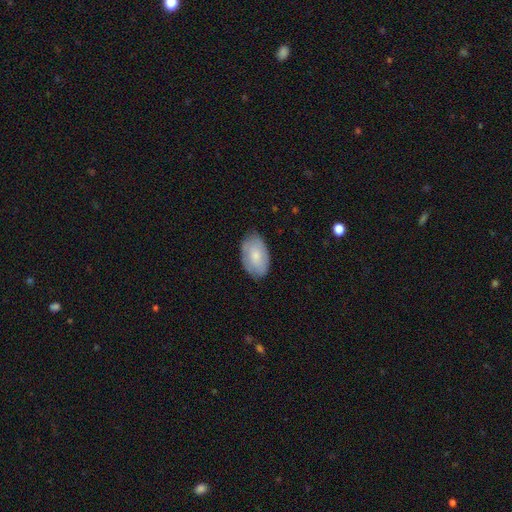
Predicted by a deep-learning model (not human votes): Smooth or featured: smooth — 68% (featured or disk — 26%)
How rounded: in between — 92% (round — 7%)
Merging: none — 77% (minor disturbance — 18%)